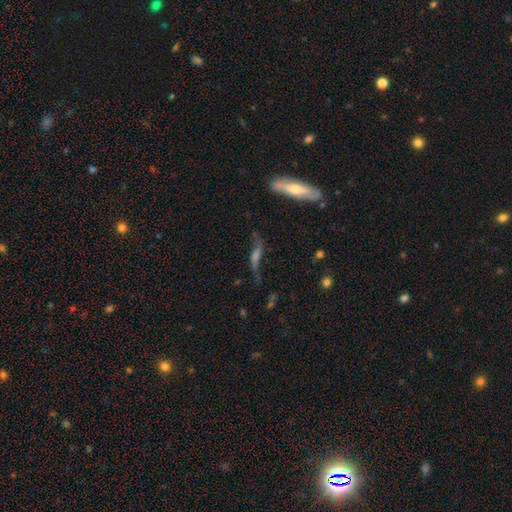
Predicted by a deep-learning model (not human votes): Smooth or featured: featured or disk — 62% (smooth — 26%)
Edge-on disk: no — 60% (yes — 40%)
Merging: none — 49% (major disturbance — 23%)